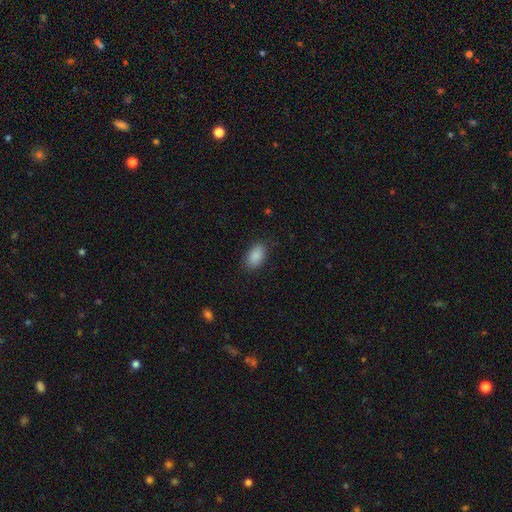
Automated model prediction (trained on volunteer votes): A smooth galaxy with no disk features (89%) that is in between round and cigar-shaped (93%).

Vote fractions:
- Smooth or featured? smooth: 89% / star or artifact: 7% / featured or disk: 4%
- How rounded? in between: 93% / round: 4% / cigar-shaped: 3%
- Merging? none: 85% / minor disturbance: 11% / major disturbance: 3% / merger: 1%